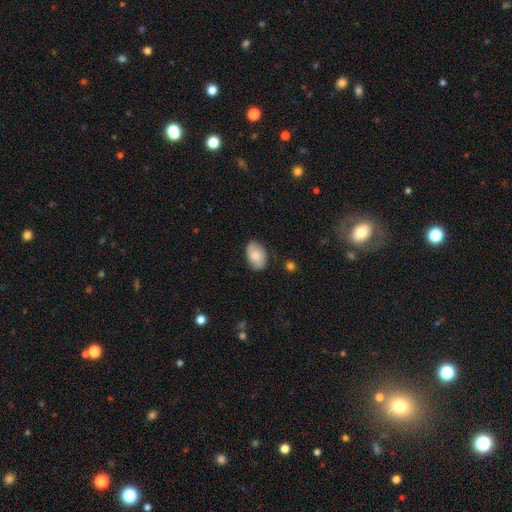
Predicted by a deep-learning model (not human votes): A smooth galaxy with no disk features (79%) that is in between round and cigar-shaped (90%).

Vote fractions:
- Smooth or featured? smooth: 79% / featured or disk: 14% / star or artifact: 6%
- How rounded? in between: 90% / round: 9% / cigar-shaped: 1%
- Merging? none: 82% / minor disturbance: 14% / major disturbance: 3% / merger: 1%